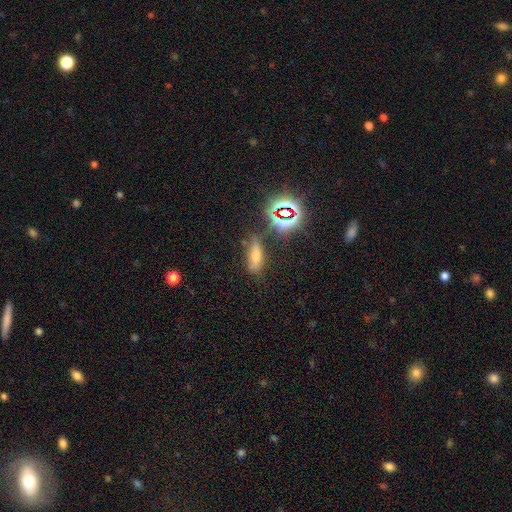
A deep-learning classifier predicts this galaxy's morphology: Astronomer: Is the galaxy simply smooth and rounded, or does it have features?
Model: smooth — 48% (runner-up: star or artifact, 33%).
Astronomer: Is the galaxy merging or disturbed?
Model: none — 68%.